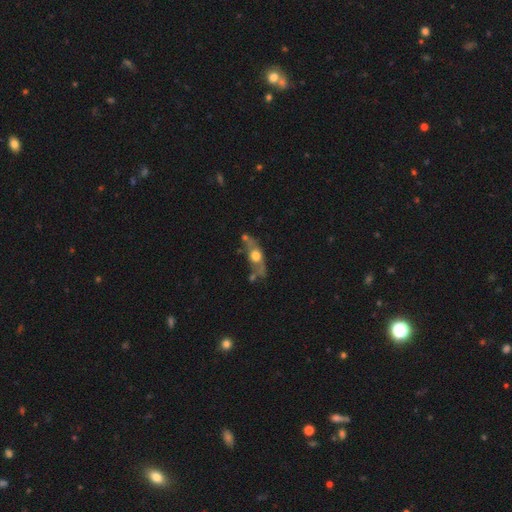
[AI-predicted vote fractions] smooth_or_featured: featured or disk (p=0.56) [alt: smooth p=0.36]
disk_edge_on: yes (p=0.54) [alt: no p=0.46]
merging: none (p=0.56) [alt: minor disturbance p=0.21]